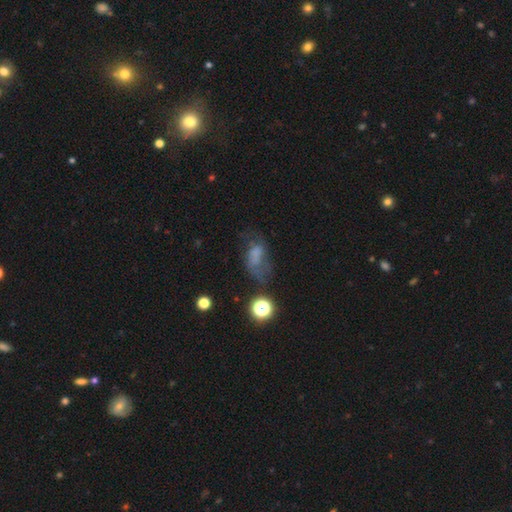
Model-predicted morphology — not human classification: Q: Smooth or featured?
A: smooth (46%); runner-up: featured or disk (34%)
Q: Merging?
A: major disturbance (36%); runner-up: none (35%)